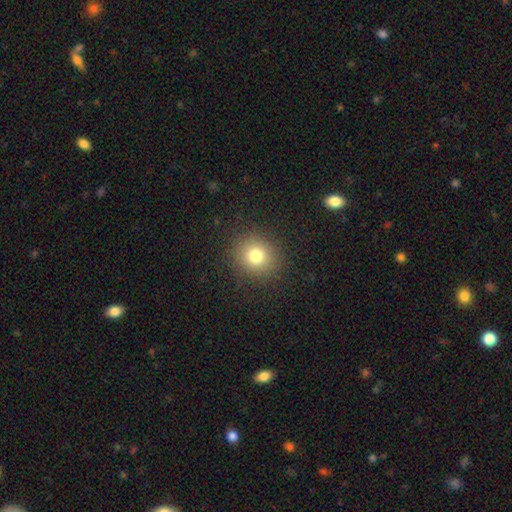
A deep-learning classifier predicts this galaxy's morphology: Smooth or featured? Predicted: smooth (p=0.78). How rounded? Predicted: round (p=0.87). Merging? Predicted: none (p=0.90).